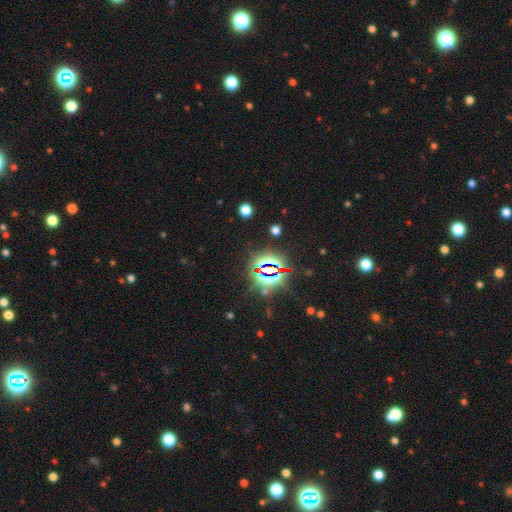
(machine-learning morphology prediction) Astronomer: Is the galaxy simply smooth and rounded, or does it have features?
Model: star or artifact — 84%.